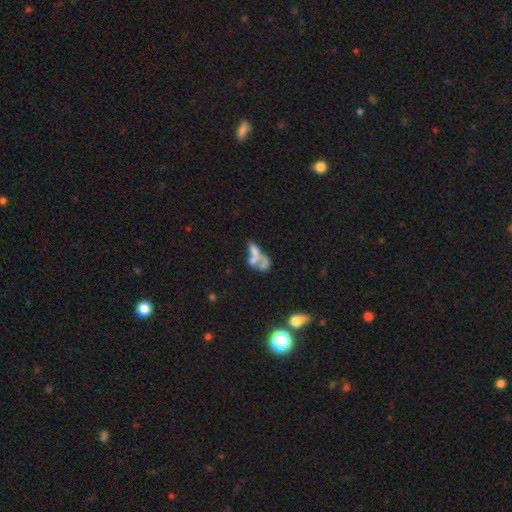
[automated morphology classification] Smooth or featured? smooth (45%)
Merging? merger (61%)